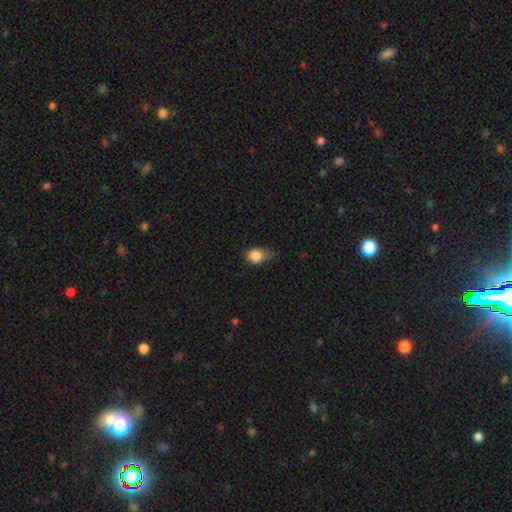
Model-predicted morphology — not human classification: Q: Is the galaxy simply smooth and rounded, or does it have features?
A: smooth — 85%.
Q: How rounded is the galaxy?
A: in between — 53%.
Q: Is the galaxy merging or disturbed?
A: minor disturbance — 46%.